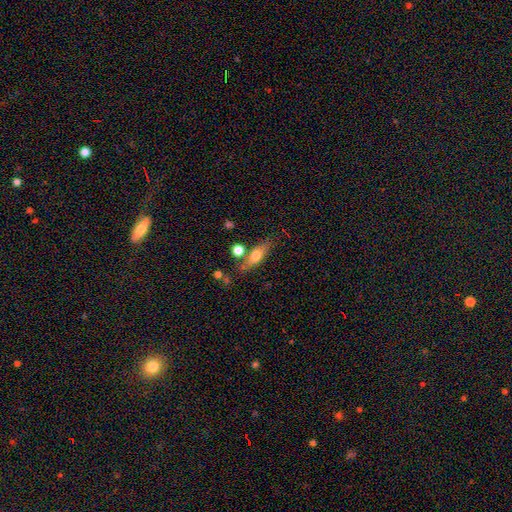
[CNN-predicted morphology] A smooth galaxy with no disk features (61%) that is in between round and cigar-shaped (50%).

Vote fractions:
- Smooth or featured? smooth: 61% / featured or disk: 31% / star or artifact: 8%
- How rounded? in between: 50% / cigar-shaped: 44% / round: 6%
- Merging? none: 67% / minor disturbance: 15% / merger: 12% / major disturbance: 5%